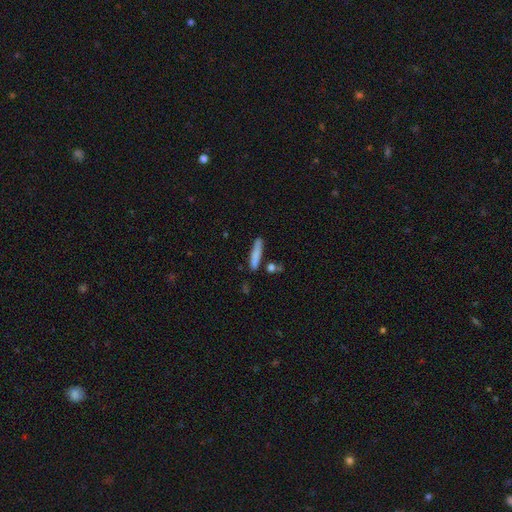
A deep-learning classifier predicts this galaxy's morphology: smooth_or_featured: smooth (p=0.80) [alt: featured or disk p=0.13]
how_rounded: cigar-shaped (p=0.88) [alt: in between p=0.10]
merging: none (p=0.76) [alt: minor disturbance p=0.15]